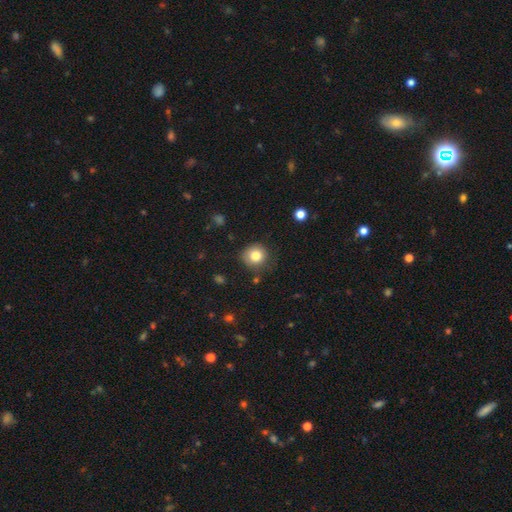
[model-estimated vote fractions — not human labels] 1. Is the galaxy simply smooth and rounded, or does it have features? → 81% smooth, 11% star or artifact, 9% featured or disk.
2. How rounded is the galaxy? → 90% round, 9% in between, 1% cigar-shaped.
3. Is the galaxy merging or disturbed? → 80% none, 14% minor disturbance, 4% major disturbance, 2% merger.